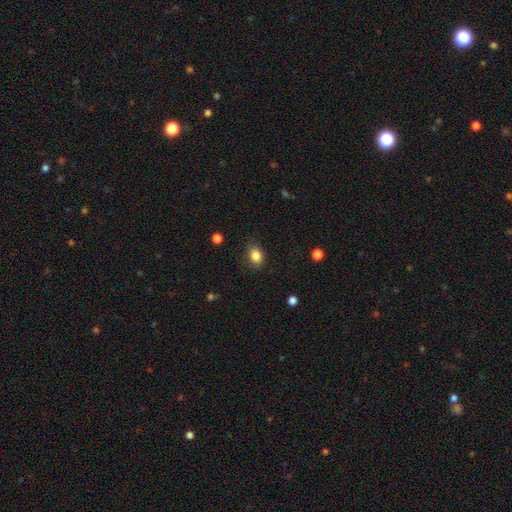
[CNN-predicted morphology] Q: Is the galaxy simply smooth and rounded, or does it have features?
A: smooth — 85%.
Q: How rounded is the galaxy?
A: in between — 65%.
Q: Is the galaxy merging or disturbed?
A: none — 80%.